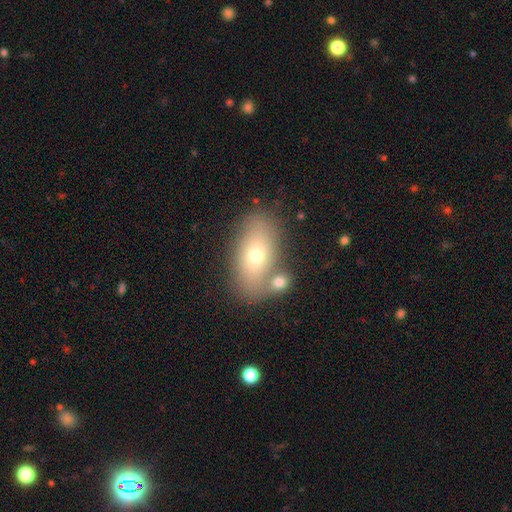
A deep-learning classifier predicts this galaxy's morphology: Smooth or featured?
  - smooth: 64% *
  - featured or disk: 26%
  - star or artifact: 10%
How rounded?
  - in between: 87% *
  - round: 7%
  - cigar-shaped: 5%
Merging?
  - none: 65% *
  - merger: 18%
  - minor disturbance: 13%
  - major disturbance: 4%